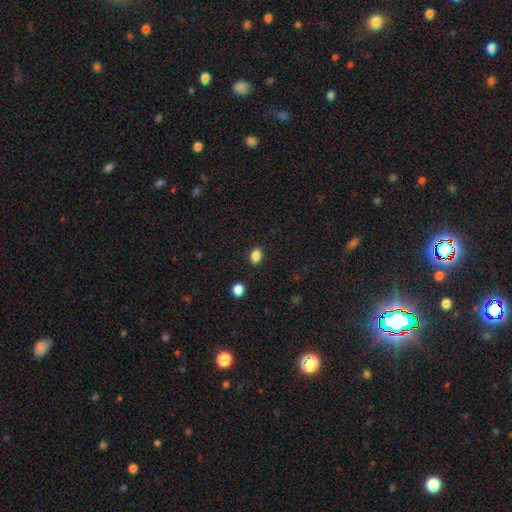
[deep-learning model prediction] Smooth or featured: smooth — 87% (star or artifact — 10%)
How rounded: in between — 67% (round — 32%)
Merging: none — 88% (minor disturbance — 8%)